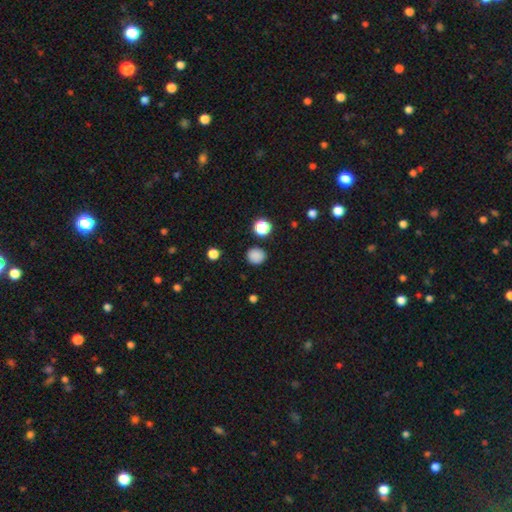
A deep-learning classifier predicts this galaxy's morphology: smooth_or_featured: smooth (p=0.83) [alt: star or artifact p=0.13]
how_rounded: round (p=0.86) [alt: in between p=0.13]
merging: none (p=0.86) [alt: minor disturbance p=0.09]